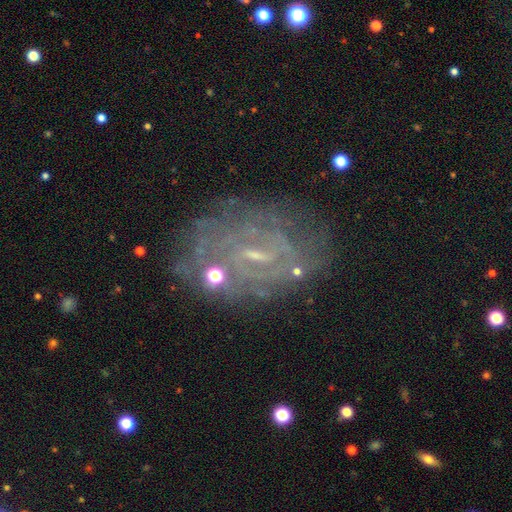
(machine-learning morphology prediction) Smooth or featured? featured or disk (70%)
Edge-on disk? no (96%)
Bar? weak (49%)
Spiral arms? yes (68%)
Bulge size? small (67%)
Merging? none (70%)